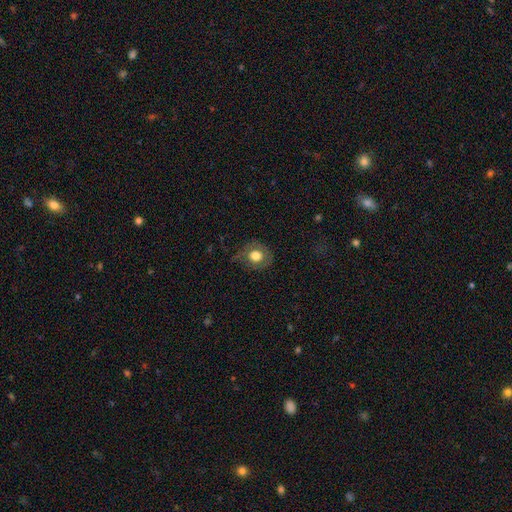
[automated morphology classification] smooth_or_featured: smooth (p=0.64) [alt: featured or disk p=0.26]
how_rounded: round (p=0.76) [alt: in between p=0.23]
merging: none (p=0.63) [alt: minor disturbance p=0.24]